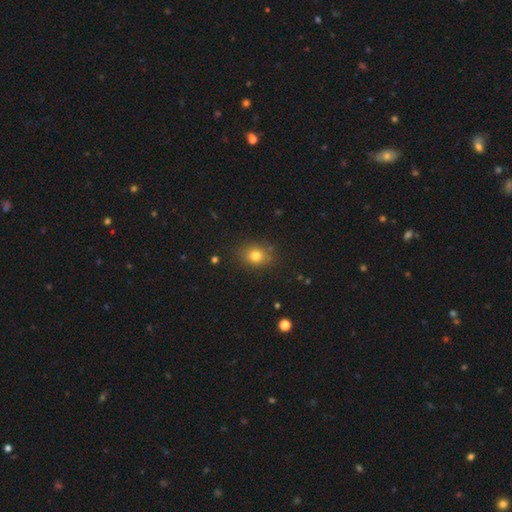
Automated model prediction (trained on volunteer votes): Morphology: type=smooth (78%); roundness=round (58%); merging=none (83%).